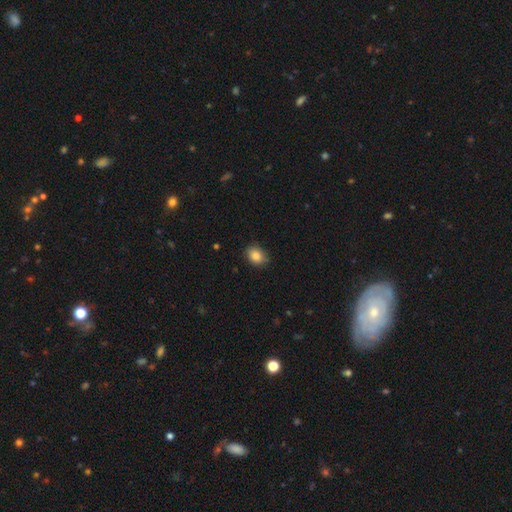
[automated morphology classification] Smooth or featured: smooth — 85% (star or artifact — 9%)
How rounded: round — 51% (in between — 48%)
Merging: none — 81% (minor disturbance — 15%)